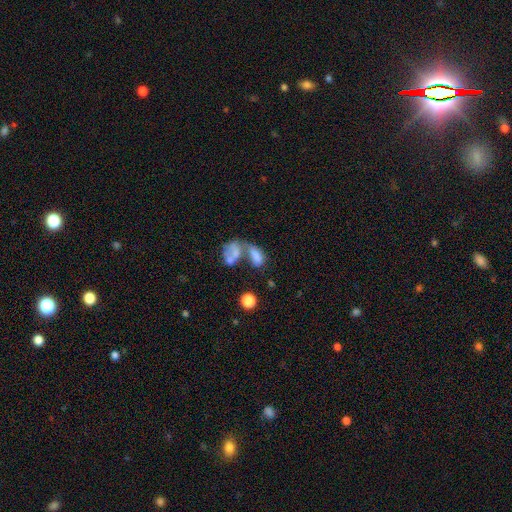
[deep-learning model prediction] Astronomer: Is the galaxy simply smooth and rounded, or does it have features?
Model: smooth — 58%.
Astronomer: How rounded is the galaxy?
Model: in between — 83%.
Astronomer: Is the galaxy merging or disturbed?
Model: merger — 60%.